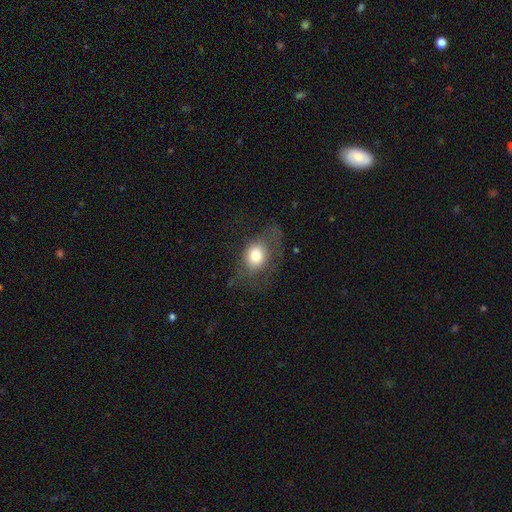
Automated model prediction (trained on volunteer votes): Q: Smooth or featured?
A: smooth (70%); runner-up: featured or disk (20%)
Q: How rounded?
A: in between (55%); runner-up: round (44%)
Q: Merging?
A: none (47%); runner-up: major disturbance (28%)